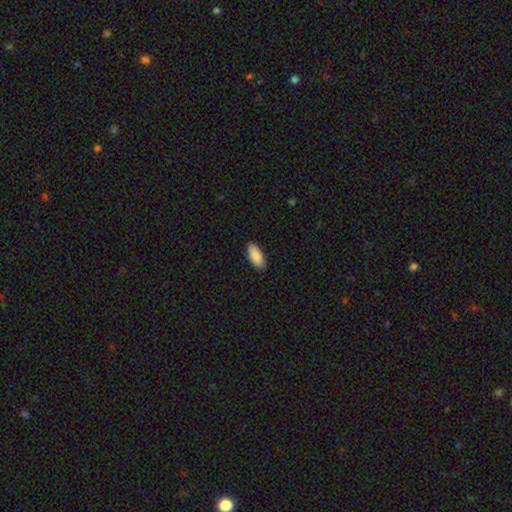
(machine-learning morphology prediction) Smooth or featured: smooth — 90% (star or artifact — 6%)
How rounded: in between — 83% (cigar-shaped — 15%)
Merging: none — 88% (minor disturbance — 9%)